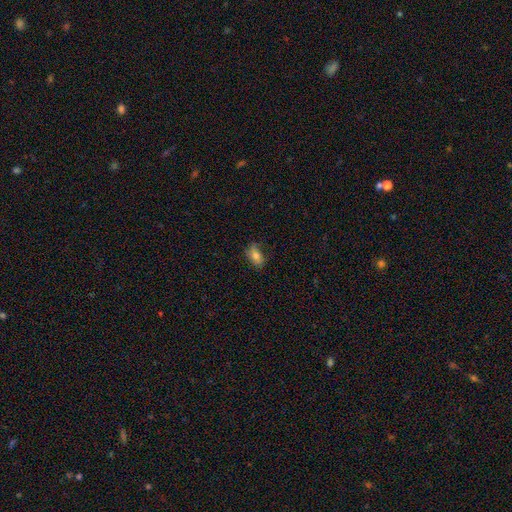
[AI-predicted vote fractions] This appears to be a smooth galaxy with no disk features (75%) that is in between round and cigar-shaped (87%). Merging: none (66%).